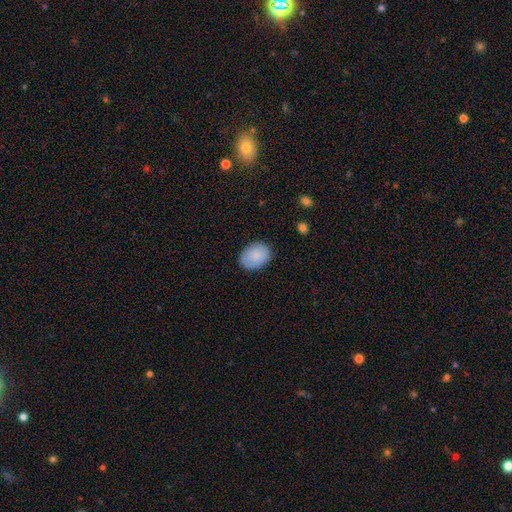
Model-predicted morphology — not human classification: A smooth galaxy with no disk features (85%) that is in between round and cigar-shaped (69%). Merging: none (81%).